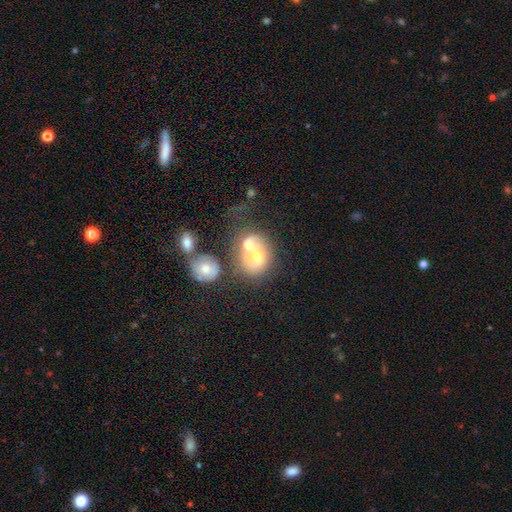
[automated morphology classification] type=smooth (55%); roundness=round (61%); merging=merger (64%).